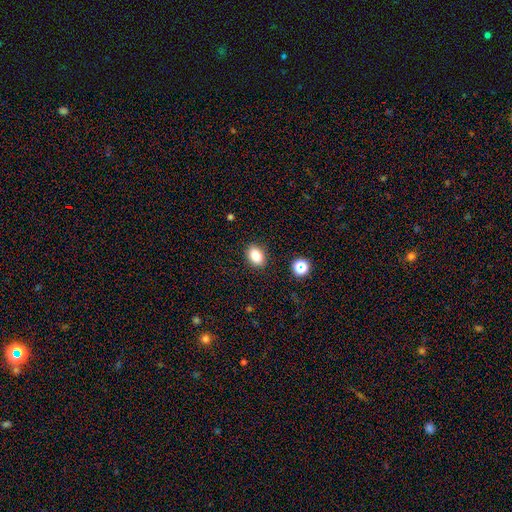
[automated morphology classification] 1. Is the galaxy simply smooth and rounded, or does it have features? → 84% smooth, 11% star or artifact, 6% featured or disk.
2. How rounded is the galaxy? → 76% in between, 23% round, 1% cigar-shaped.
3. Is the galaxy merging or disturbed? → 87% none, 9% minor disturbance, 2% major disturbance, 2% merger.